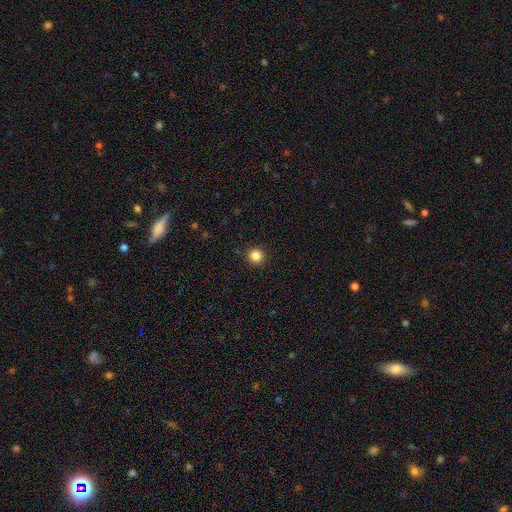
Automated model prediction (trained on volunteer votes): This is clearly a smooth galaxy (85%). How rounded: clearly round (95%). Merging: clearly none (93%).